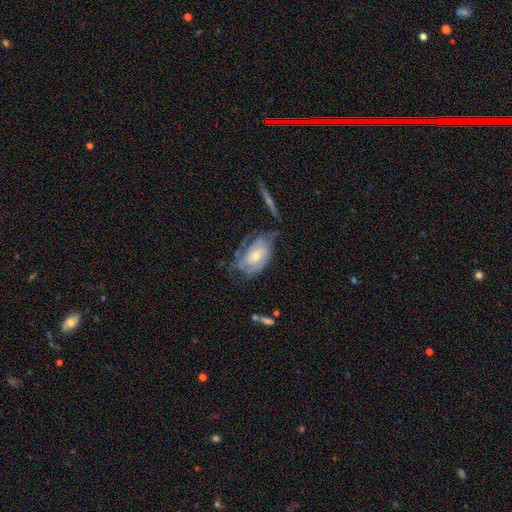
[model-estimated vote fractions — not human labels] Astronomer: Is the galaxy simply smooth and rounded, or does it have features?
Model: featured or disk — 62%.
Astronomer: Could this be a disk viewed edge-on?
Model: no — 94%.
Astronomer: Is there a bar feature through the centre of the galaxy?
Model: no — 72%.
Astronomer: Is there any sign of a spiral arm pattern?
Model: yes — 73%.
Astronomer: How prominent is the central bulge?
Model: moderate — 49% (runner-up: small, 40%).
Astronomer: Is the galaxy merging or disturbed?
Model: none — 42% (runner-up: minor disturbance, 31%).